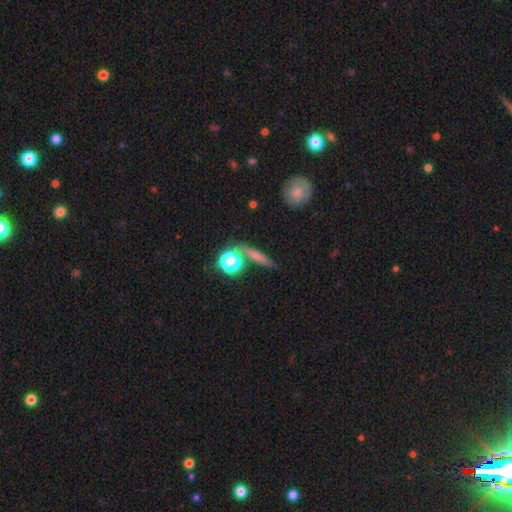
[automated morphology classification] A smooth galaxy with no disk features (61%) that is cigar-shaped (66%). Merging: none (73%).